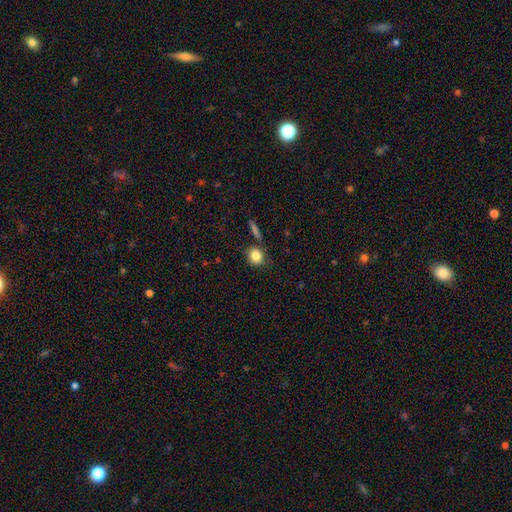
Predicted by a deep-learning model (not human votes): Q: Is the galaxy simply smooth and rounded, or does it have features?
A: smooth — 84%.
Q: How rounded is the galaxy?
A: round — 79%.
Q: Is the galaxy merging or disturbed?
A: none — 79%.